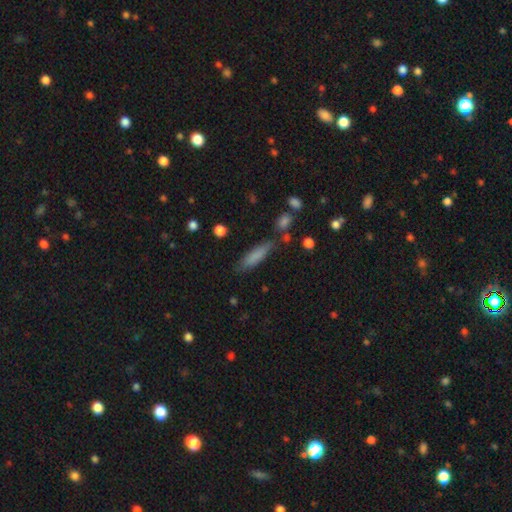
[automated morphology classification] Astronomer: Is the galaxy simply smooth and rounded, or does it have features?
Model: smooth — 80%.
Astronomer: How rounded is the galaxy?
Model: cigar-shaped — 70%.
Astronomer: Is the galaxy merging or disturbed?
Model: none — 73%.